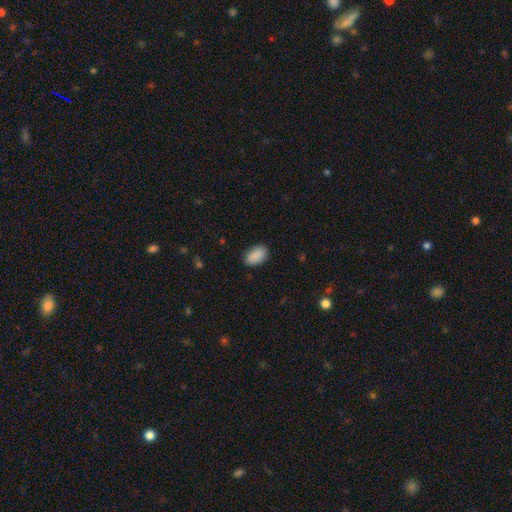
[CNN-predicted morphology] This appears to be a smooth galaxy with no disk features (90%) that is in between round and cigar-shaped (92%). Merging: none (84%).